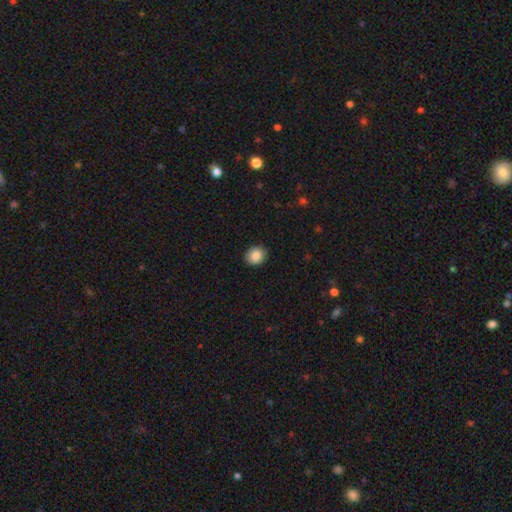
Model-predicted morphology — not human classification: A smooth galaxy with no disk features (86%) that is round (62%).

Vote fractions:
- Smooth or featured? smooth: 86% / star or artifact: 8% / featured or disk: 6%
- How rounded? round: 62% / in between: 37% / cigar-shaped: 1%
- Merging? none: 88% / minor disturbance: 9% / major disturbance: 2% / merger: 1%